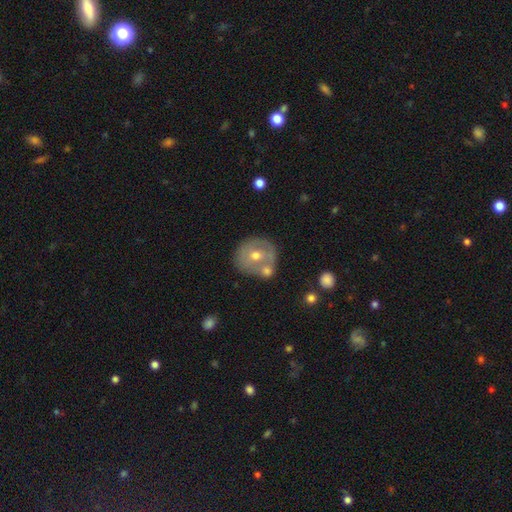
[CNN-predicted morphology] smooth-or-featured: smooth: 48% | featured or disk: 44% | star or artifact: 8%
  merging: none: 53% | merger: 30% | minor disturbance: 13% | major disturbance: 4%